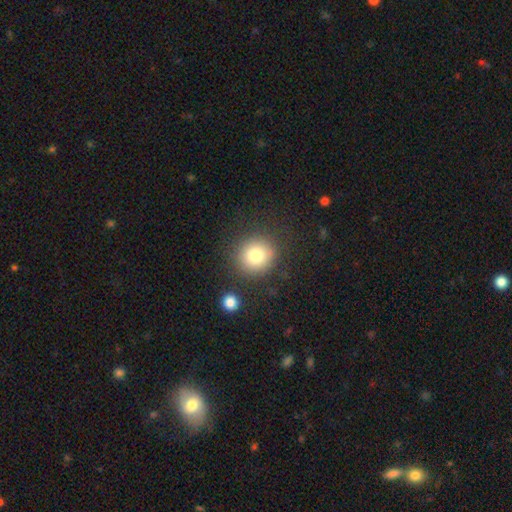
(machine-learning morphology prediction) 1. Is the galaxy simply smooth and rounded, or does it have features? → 78% smooth, 12% star or artifact, 10% featured or disk.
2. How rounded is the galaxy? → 89% round, 10% in between, 1% cigar-shaped.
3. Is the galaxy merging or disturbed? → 83% none, 9% minor disturbance, 4% merger, 4% major disturbance.